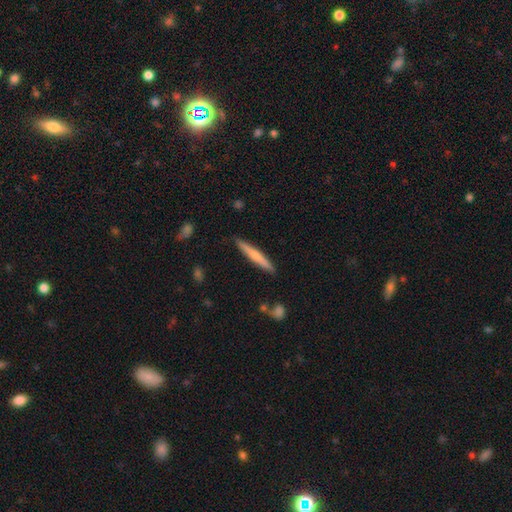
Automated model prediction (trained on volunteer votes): The model was most divided on "smooth or featured": smooth: 61%, featured or disk: 34%, star or artifact: 5%. More confident: how rounded — cigar-shaped (95%); merging — none (89%).